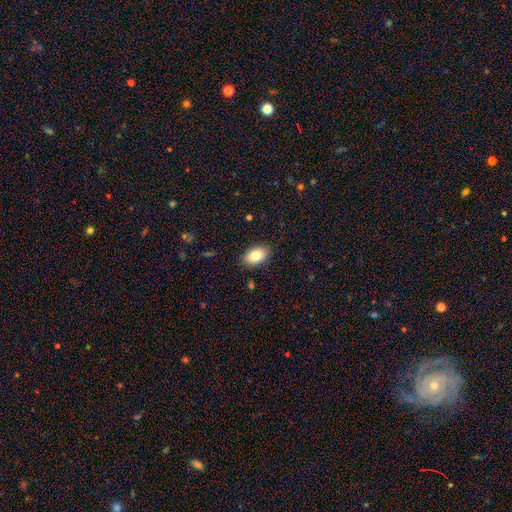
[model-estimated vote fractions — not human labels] Smooth or featured?
  - smooth: 83% *
  - featured or disk: 10%
  - star or artifact: 7%
How rounded?
  - in between: 91% *
  - round: 8%
  - cigar-shaped: 1%
Merging?
  - none: 87% *
  - minor disturbance: 10%
  - major disturbance: 2%
  - merger: 1%